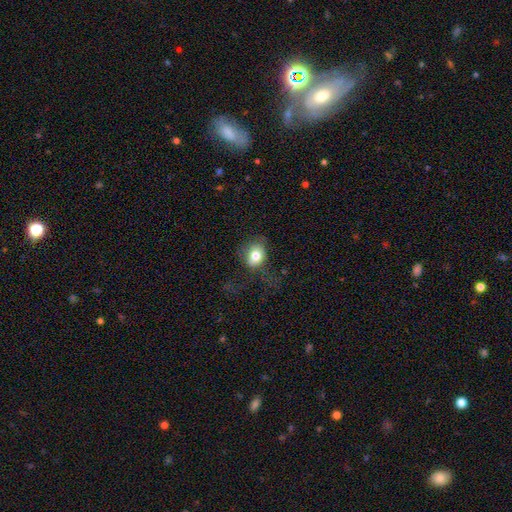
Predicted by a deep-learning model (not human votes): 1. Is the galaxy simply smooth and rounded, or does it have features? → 77% smooth, 13% featured or disk, 10% star or artifact.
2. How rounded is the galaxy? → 55% round, 44% in between, 1% cigar-shaped.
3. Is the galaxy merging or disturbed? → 51% none, 24% minor disturbance, 23% major disturbance, 2% merger.